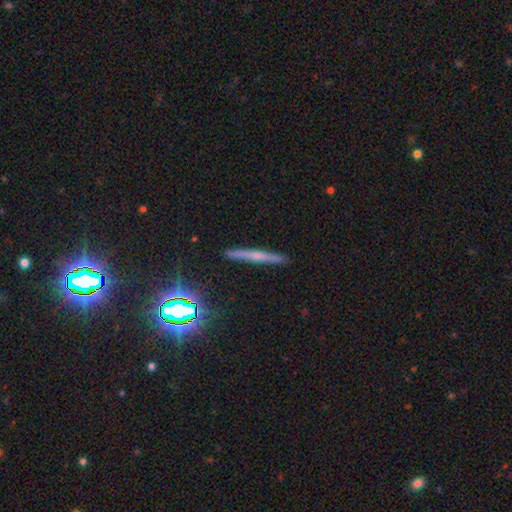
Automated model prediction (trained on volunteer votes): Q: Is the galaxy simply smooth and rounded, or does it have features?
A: featured or disk — 45%.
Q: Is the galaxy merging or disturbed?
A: none — 90%.